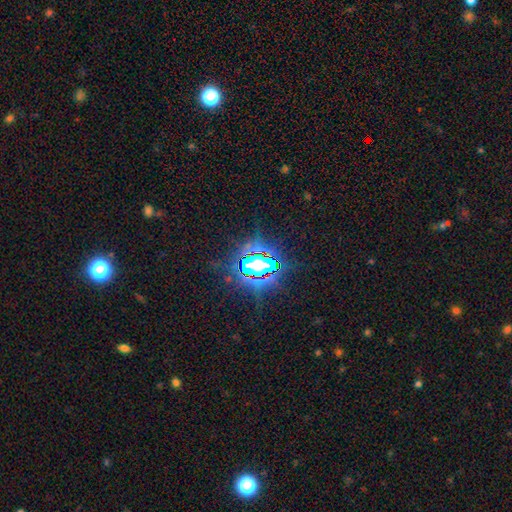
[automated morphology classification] A star or artifact, not a galaxy (82%).